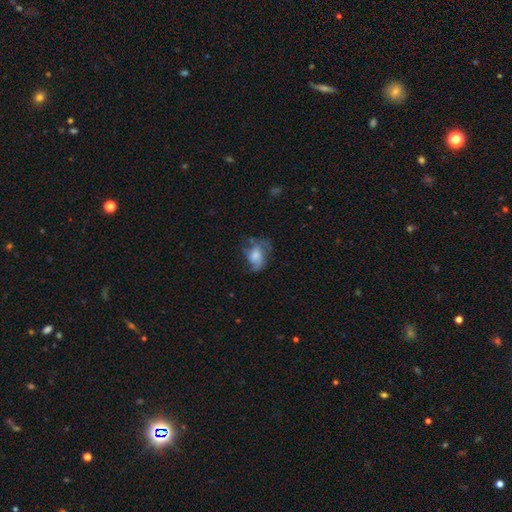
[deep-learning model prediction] This is possibly a smooth galaxy (57%). How rounded: likely in between (75%). Merging: marginally none (39%).